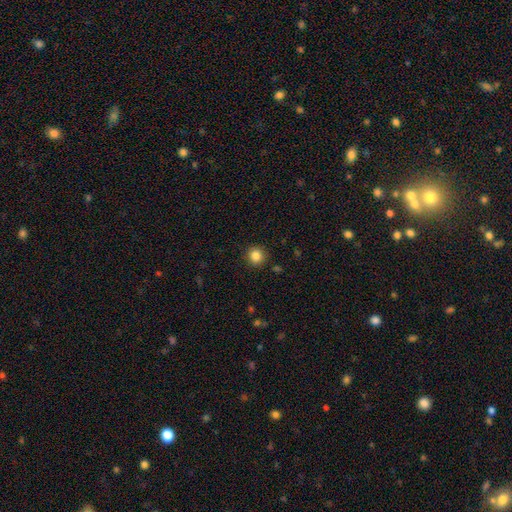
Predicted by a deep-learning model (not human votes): This appears to be a smooth galaxy with no disk features (85%) that is round (92%). Merging: none (91%).